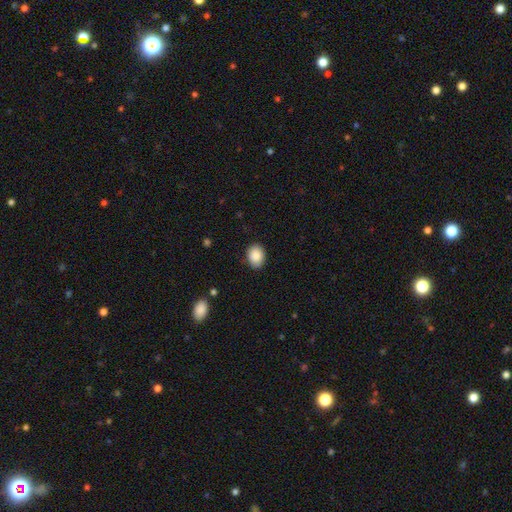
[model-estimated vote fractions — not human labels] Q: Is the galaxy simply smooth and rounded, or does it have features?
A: smooth — 88%.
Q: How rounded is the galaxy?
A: in between — 64%.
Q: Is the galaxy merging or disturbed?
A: none — 84%.